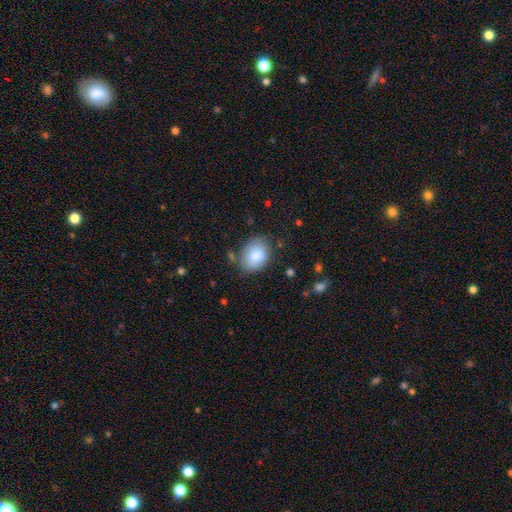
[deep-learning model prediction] Smooth or featured? Predicted: smooth (p=0.84). How rounded? Predicted: in between (p=0.69). Merging? Predicted: none (p=0.73).